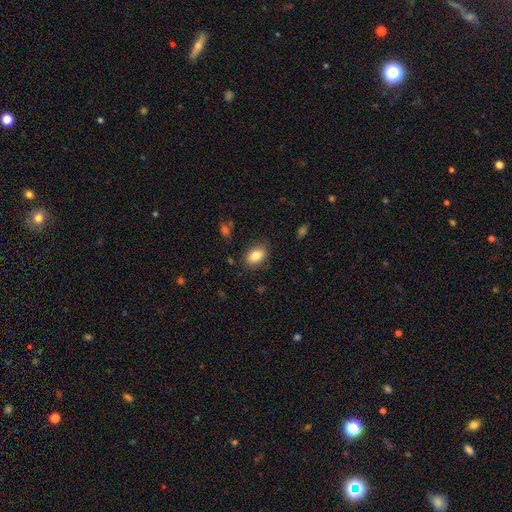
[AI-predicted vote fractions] A smooth galaxy with no disk features (84%) that is in between round and cigar-shaped (85%). Merging: none (83%).